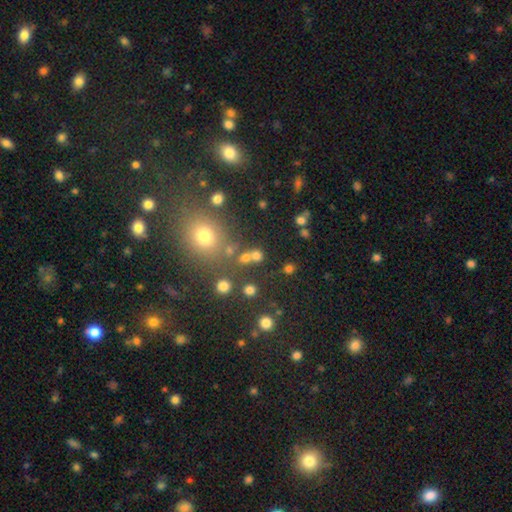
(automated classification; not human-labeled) Smooth or featured: smooth — 70% (star or artifact — 20%)
How rounded: round — 77% (in between — 21%)
Merging: none — 62% (merger — 23%)